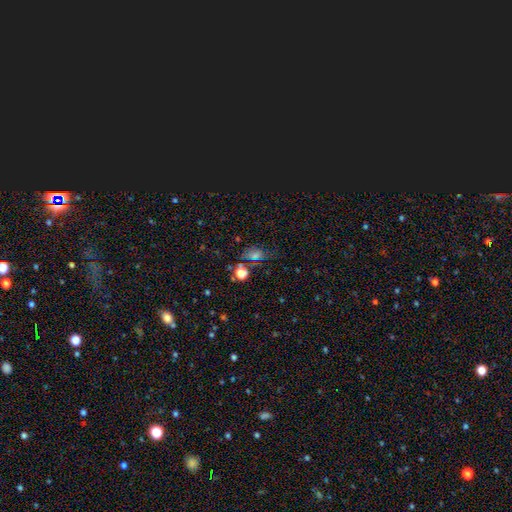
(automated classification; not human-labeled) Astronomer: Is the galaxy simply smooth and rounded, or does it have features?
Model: smooth — 44% (runner-up: star or artifact, 38%).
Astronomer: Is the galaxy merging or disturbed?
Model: none — 62%.